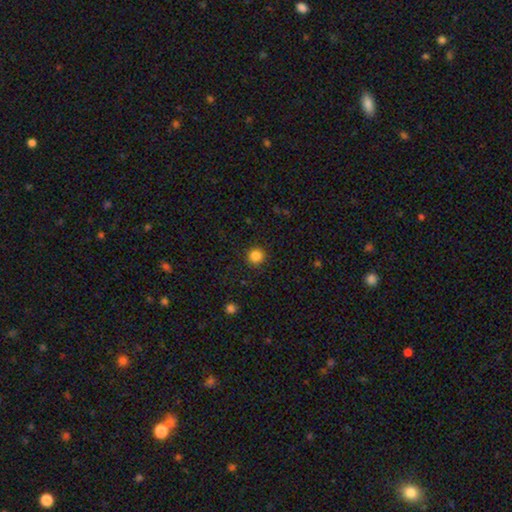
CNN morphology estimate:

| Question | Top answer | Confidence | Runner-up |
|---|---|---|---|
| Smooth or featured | smooth | 85% | star or artifact (11%) |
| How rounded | round | 94% | in between (5%) |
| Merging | none | 91% | minor disturbance (6%) |